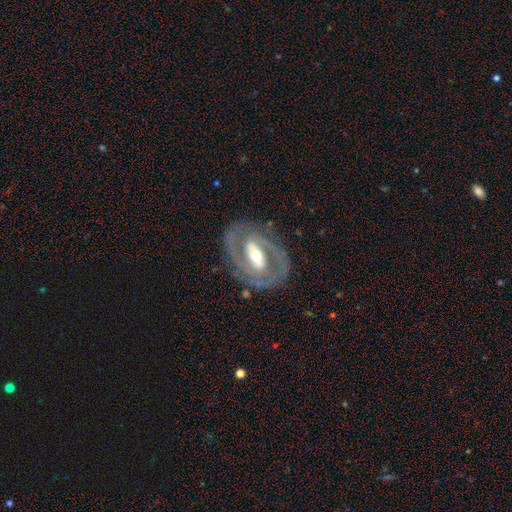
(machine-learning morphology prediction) This appears to be a featured or disk galaxy (85%) with a strong bar (49%), 2 (81%) tight (49%) spiral arms (87%) and a moderate central bulge (64%). Merging: none (79%).